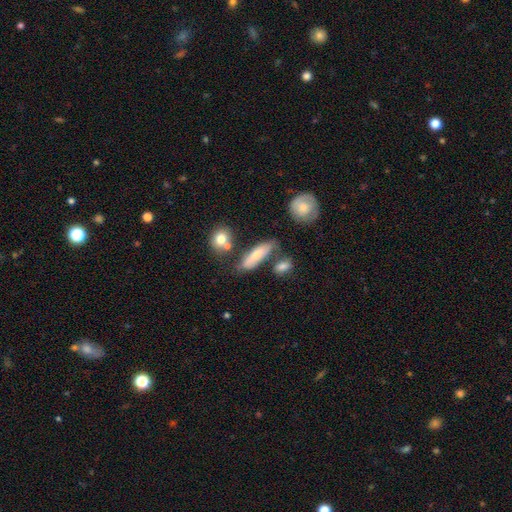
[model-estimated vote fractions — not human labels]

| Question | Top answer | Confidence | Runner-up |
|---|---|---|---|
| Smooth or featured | smooth | 62% | featured or disk (29%) |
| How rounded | cigar-shaped | 52% | in between (43%) |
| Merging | none | 60% | minor disturbance (19%) |